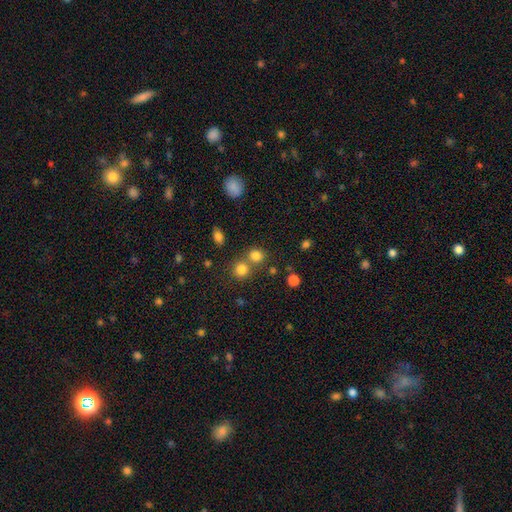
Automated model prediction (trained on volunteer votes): smooth_or_featured: smooth (p=0.80) [alt: star or artifact p=0.14]
how_rounded: round (p=0.84) [alt: in between p=0.15]
merging: none (p=0.61) [alt: merger p=0.28]